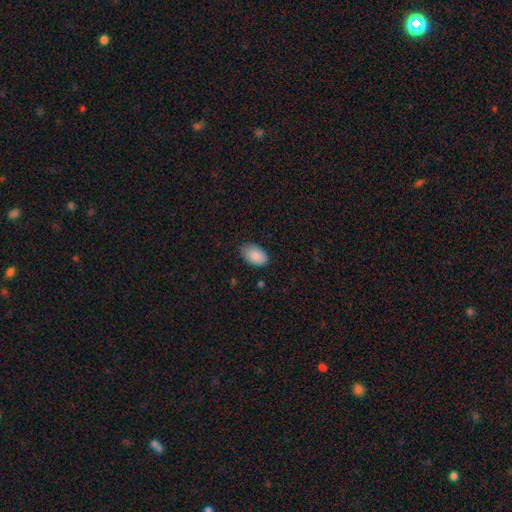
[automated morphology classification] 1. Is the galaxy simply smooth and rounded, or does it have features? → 88% smooth, 7% star or artifact, 6% featured or disk.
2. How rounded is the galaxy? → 93% in between, 6% round, 1% cigar-shaped.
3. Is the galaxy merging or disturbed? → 79% none, 18% minor disturbance, 3% major disturbance, 1% merger.